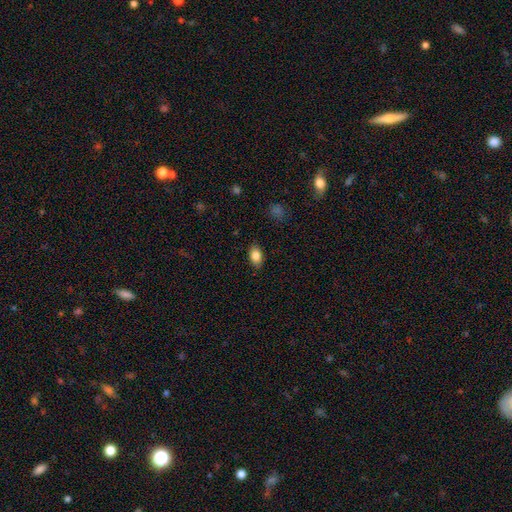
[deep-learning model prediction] Overall: smooth (84%). How rounded: in between (88%). Merging: none (86%).